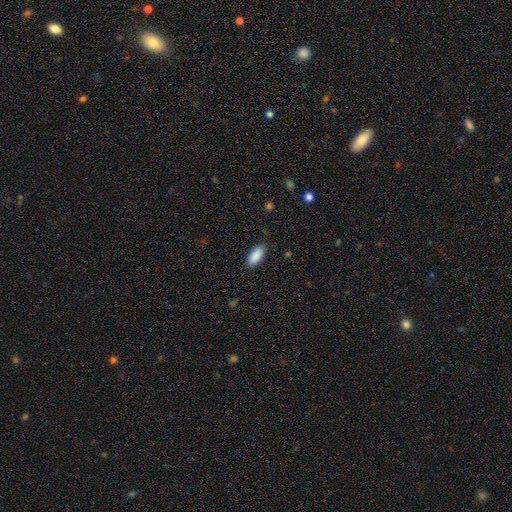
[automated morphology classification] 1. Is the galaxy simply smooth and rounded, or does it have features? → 90% smooth, 6% star or artifact, 4% featured or disk.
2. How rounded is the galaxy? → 88% in between, 10% cigar-shaped, 2% round.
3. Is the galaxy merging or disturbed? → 84% none, 12% minor disturbance, 3% major disturbance, 1% merger.